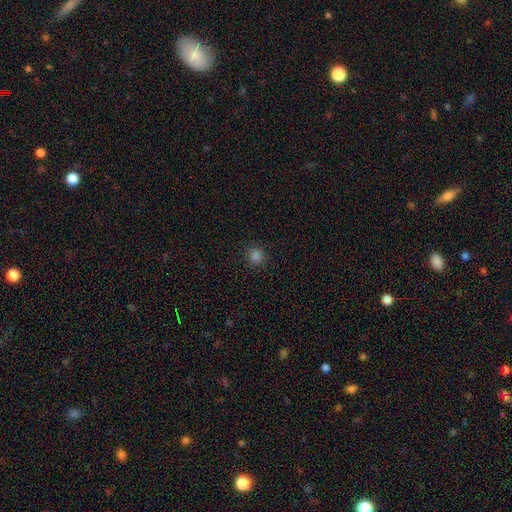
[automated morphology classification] type=smooth (82%); roundness=round (90%); merging=none (90%).